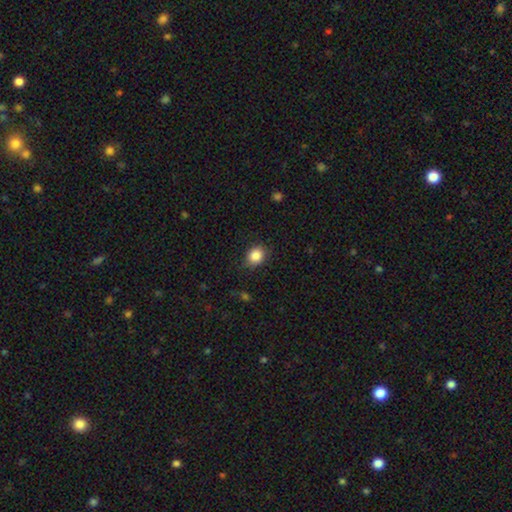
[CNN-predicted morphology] smooth-or-featured: smooth: 86% | star or artifact: 9% | featured or disk: 5%
  how-rounded: round: 60% | in between: 39% | cigar-shaped: 1%
  merging: none: 78% | minor disturbance: 17% | major disturbance: 4% | merger: 1%